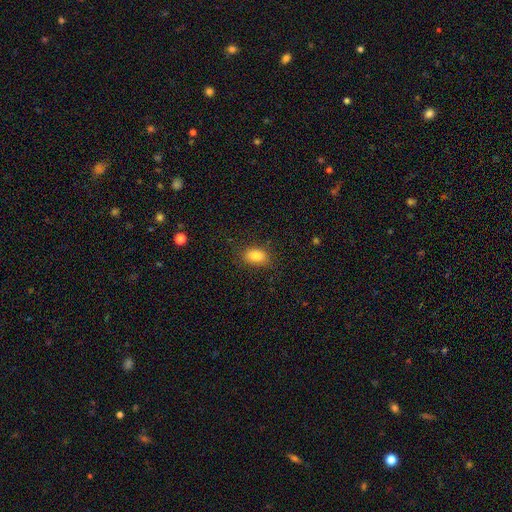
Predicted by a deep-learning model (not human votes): Smooth or featured? smooth (85%)
How rounded? in between (88%)
Merging? none (83%)